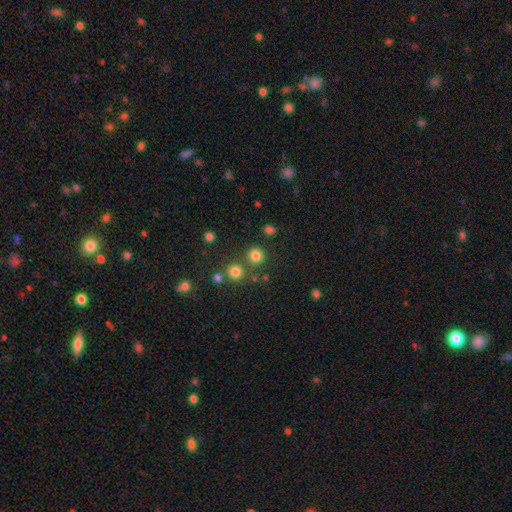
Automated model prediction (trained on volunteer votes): A smooth galaxy with no disk features (79%) that is round (93%).

Vote fractions:
- Smooth or featured? smooth: 79% / star or artifact: 17% / featured or disk: 5%
- How rounded? round: 93% / in between: 6% / cigar-shaped: 1%
- Merging? none: 80% / merger: 11% / minor disturbance: 7% / major disturbance: 3%